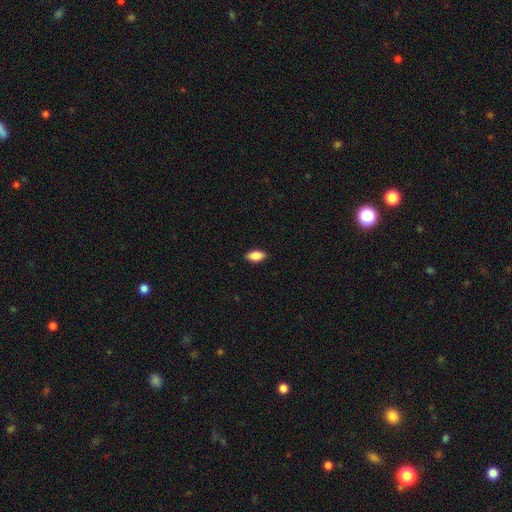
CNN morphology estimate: Smooth or featured? Predicted: smooth (p=0.86). How rounded? Predicted: in between (p=0.91). Merging? Predicted: none (p=0.89).